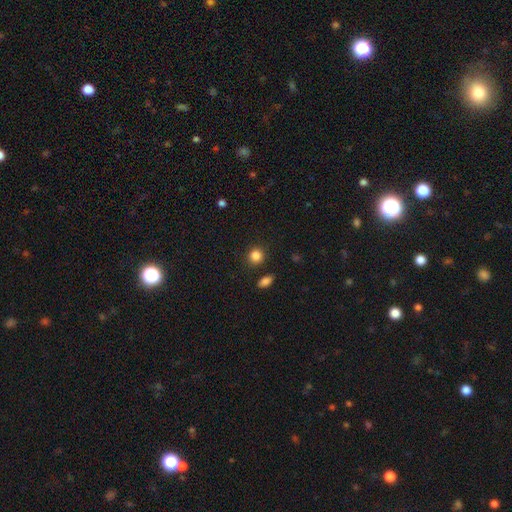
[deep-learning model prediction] A smooth galaxy with no disk features (86%) that is round (87%).

Vote fractions:
- Smooth or featured? smooth: 86% / star or artifact: 11% / featured or disk: 4%
- How rounded? round: 87% / in between: 12% / cigar-shaped: 1%
- Merging? none: 86% / minor disturbance: 8% / merger: 4% / major disturbance: 3%